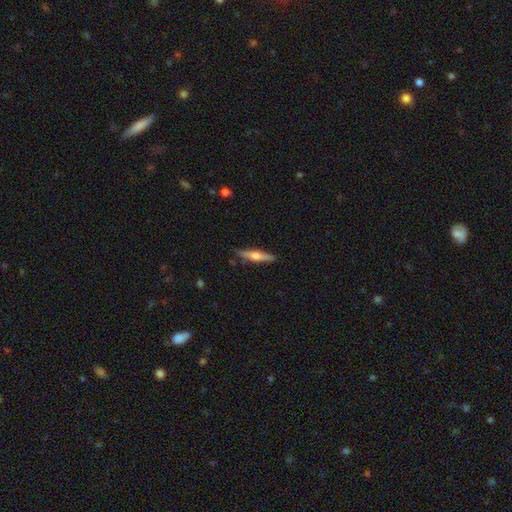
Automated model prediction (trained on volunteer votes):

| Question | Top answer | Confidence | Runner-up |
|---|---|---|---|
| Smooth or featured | featured or disk | 56% | smooth (38%) |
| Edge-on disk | yes | 96% | no (4%) |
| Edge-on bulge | rounded | 87% | boxy (8%) |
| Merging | none | 87% | minor disturbance (10%) |